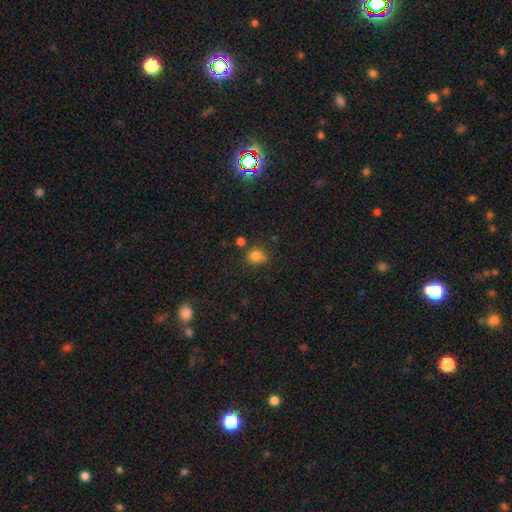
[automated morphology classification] smooth_or_featured: smooth (p=0.81) [alt: star or artifact p=0.13]
how_rounded: round (p=0.65) [alt: in between p=0.34]
merging: none (p=0.63) [alt: minor disturbance p=0.22]